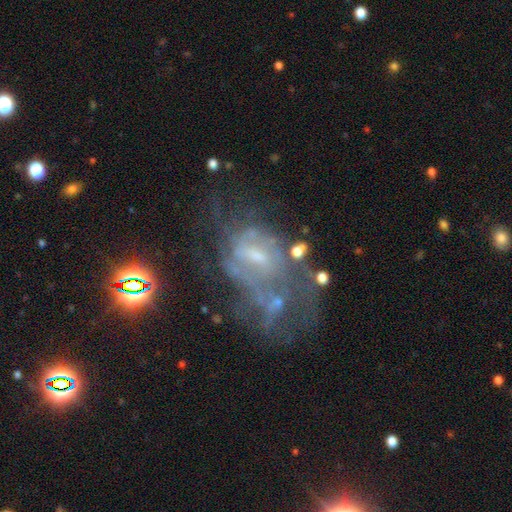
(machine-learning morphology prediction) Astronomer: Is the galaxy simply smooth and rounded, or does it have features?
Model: featured or disk — 69%.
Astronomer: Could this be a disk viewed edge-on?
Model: no — 97%.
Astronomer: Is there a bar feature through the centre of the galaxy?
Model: weak — 44% (runner-up: no, 43%).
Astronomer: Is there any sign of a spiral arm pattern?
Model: no — 53% (runner-up: yes, 47%).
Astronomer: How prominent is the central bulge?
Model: small — 47% (runner-up: moderate, 29%).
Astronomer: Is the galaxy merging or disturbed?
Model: major disturbance — 38% (runner-up: none, 29%).